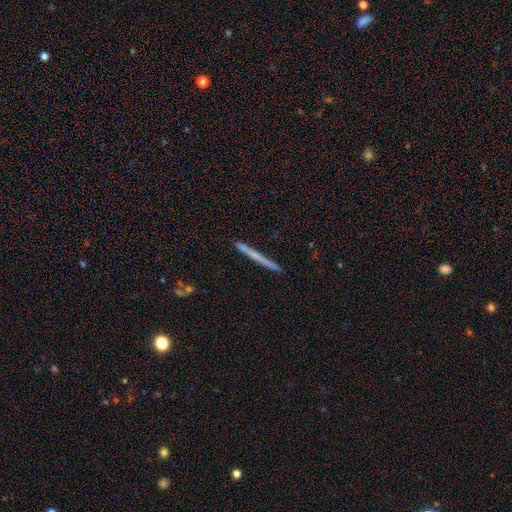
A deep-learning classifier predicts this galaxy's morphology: smooth 51%, featured or disk 43%, star or artifact 7%. Down the decision tree: how rounded — cigar-shaped (97%); merging — none (91%).